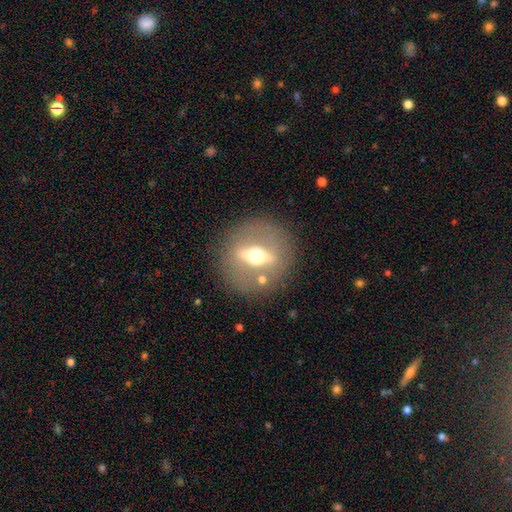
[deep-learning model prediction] Smooth or featured?
  - featured or disk: 72% *
  - smooth: 20%
  - star or artifact: 8%
Edge-on disk?
  - yes: 50% * (tied)
  - no: 50% * (tied)
Merging?
  - none: 84% *
  - minor disturbance: 8%
  - major disturbance: 5%
  - merger: 3%